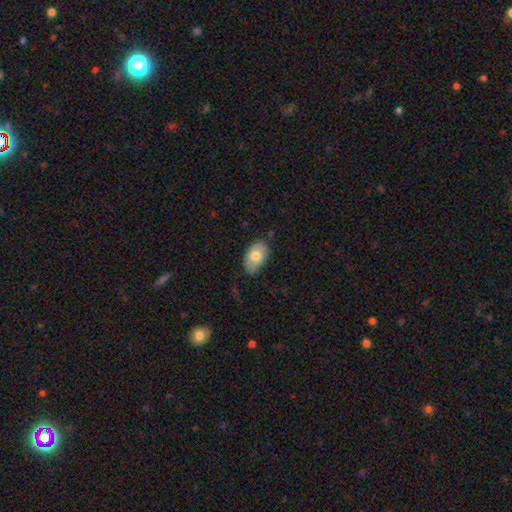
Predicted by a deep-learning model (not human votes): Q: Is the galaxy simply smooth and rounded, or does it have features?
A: smooth — 72%.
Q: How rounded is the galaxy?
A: in between — 91%.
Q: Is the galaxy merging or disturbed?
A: none — 68%.